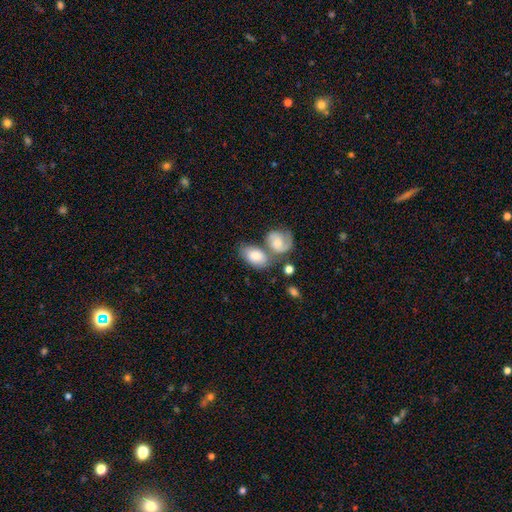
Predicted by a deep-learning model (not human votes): smooth 70%, featured or disk 23%, star or artifact 6%. Down the decision tree: how rounded — in between (88%); merging — merger (43%).